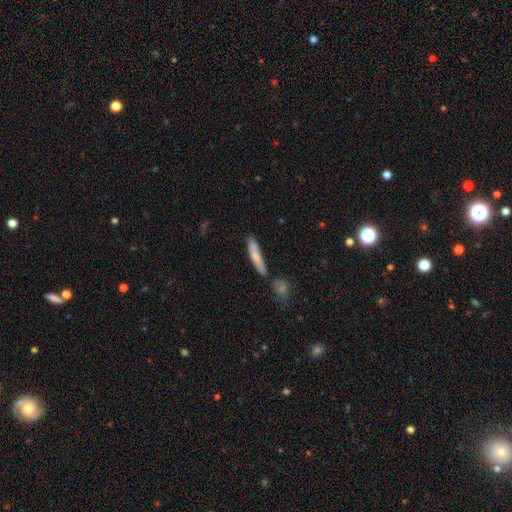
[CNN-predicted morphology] Smooth or featured?
  - smooth: 72% *
  - featured or disk: 22%
  - star or artifact: 6%
How rounded?
  - cigar-shaped: 88% *
  - in between: 10%
  - round: 2%
Merging?
  - none: 71% *
  - minor disturbance: 15%
  - merger: 10%
  - major disturbance: 4%